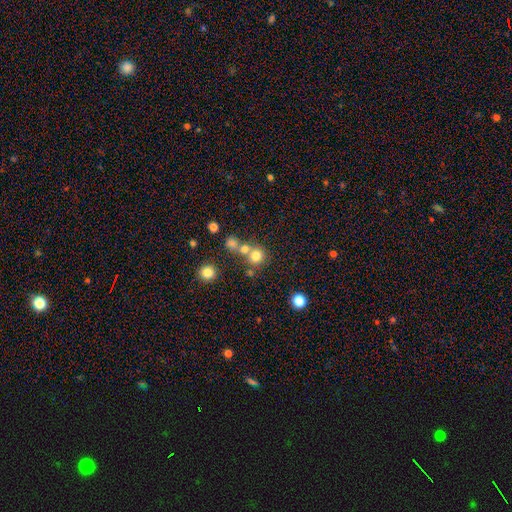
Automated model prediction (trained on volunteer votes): Q: Smooth or featured?
A: smooth (74%); runner-up: star or artifact (16%)
Q: How rounded?
A: round (89%); runner-up: in between (10%)
Q: Merging?
A: none (57%); runner-up: merger (33%)